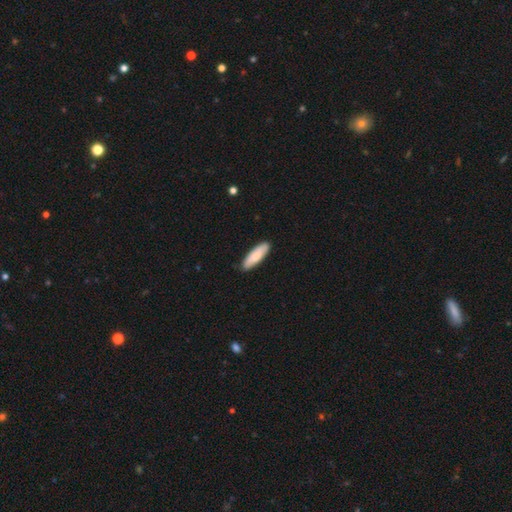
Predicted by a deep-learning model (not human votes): Overall: smooth (81%). How rounded: cigar-shaped (53%; in between 46%). Merging: none (88%).